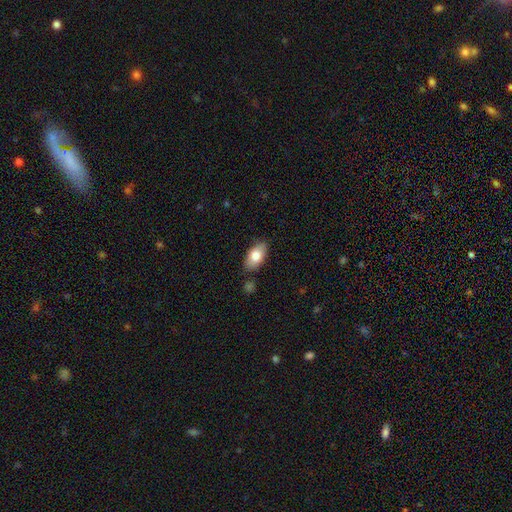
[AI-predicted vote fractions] smooth-or-featured: smooth: 79% | featured or disk: 15% | star or artifact: 7%
  how-rounded: in between: 91% | round: 5% | cigar-shaped: 4%
  merging: none: 81% | minor disturbance: 13% | merger: 3% | major disturbance: 3%